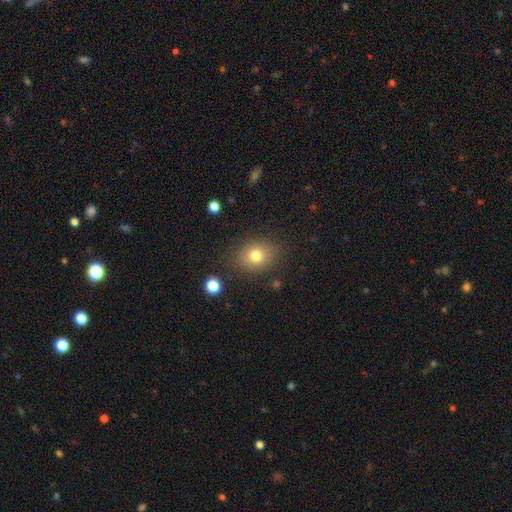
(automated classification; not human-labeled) Morphology: type=smooth (77%); roundness=round (53%); merging=none (83%).